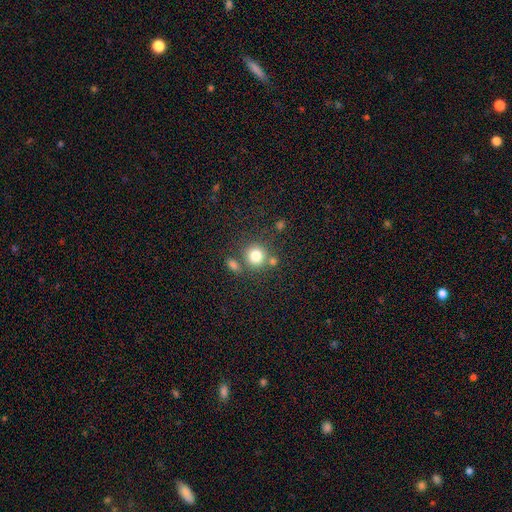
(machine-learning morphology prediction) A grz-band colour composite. It shows a smooth galaxy with no disk features (80%) that is round (89%). Merging: none (68%).